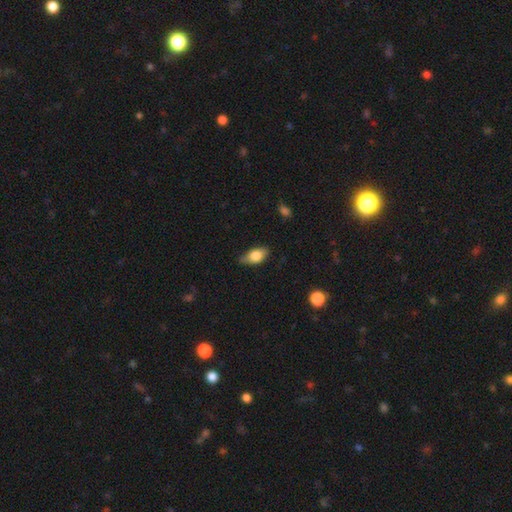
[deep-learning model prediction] A smooth galaxy with no disk features (78%) that is in between round and cigar-shaped (89%).

Vote fractions:
- Smooth or featured? smooth: 78% / featured or disk: 14% / star or artifact: 7%
- How rounded? in between: 89% / round: 6% / cigar-shaped: 5%
- Merging? none: 70% / minor disturbance: 25% / major disturbance: 4% / merger: 1%